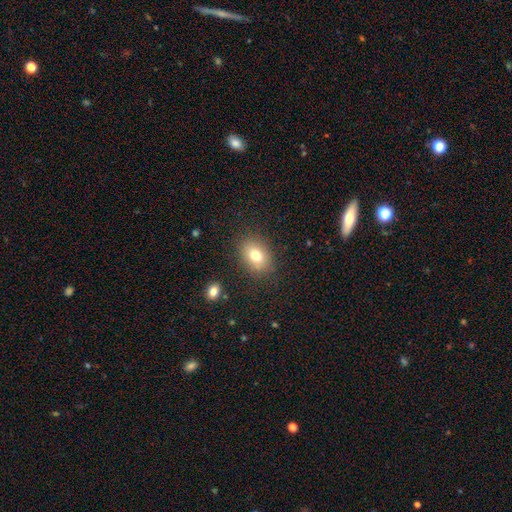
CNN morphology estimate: This appears to be a smooth galaxy with no disk features (76%) that is in between round and cigar-shaped (69%). Merging: none (83%).